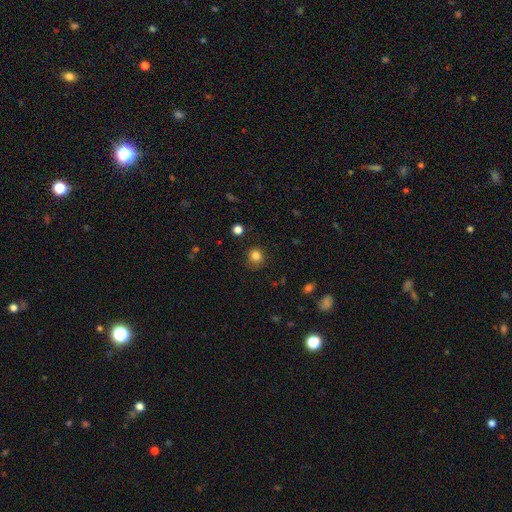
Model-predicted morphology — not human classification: Q: Smooth or featured?
A: smooth (83%); runner-up: star or artifact (12%)
Q: How rounded?
A: round (90%); runner-up: in between (9%)
Q: Merging?
A: none (85%); runner-up: minor disturbance (11%)